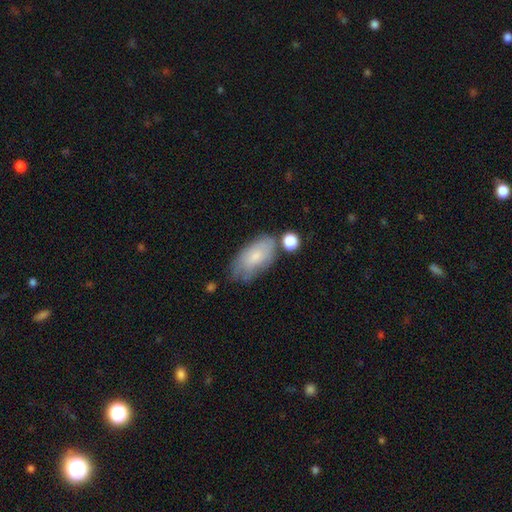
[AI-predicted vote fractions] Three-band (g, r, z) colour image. It shows a smooth galaxy with no disk features (69%) that is in between round and cigar-shaped (92%). Merging: none (52%).